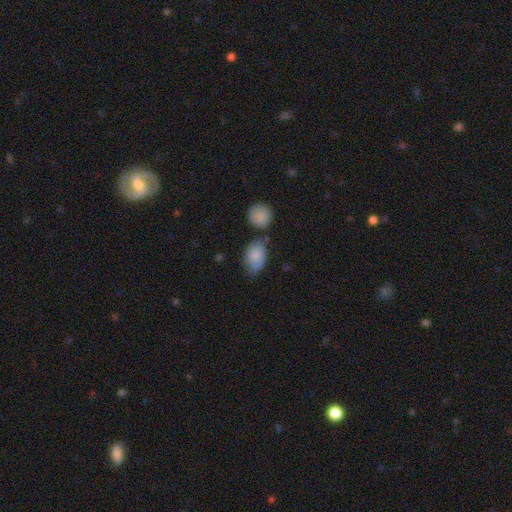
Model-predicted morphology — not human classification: Q: Smooth or featured?
A: smooth (82%); runner-up: featured or disk (11%)
Q: How rounded?
A: in between (88%); runner-up: round (10%)
Q: Merging?
A: none (52%); runner-up: minor disturbance (24%)